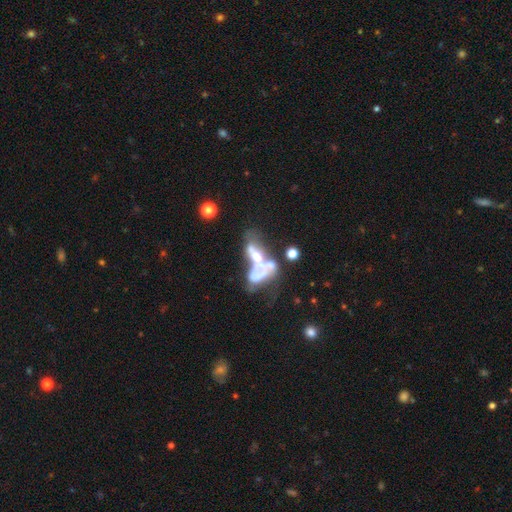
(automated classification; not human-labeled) Smooth or featured?
  - featured or disk: 60% *
  - smooth: 23%
  - star or artifact: 17%
Edge-on disk?
  - no: 91% *
  - yes: 9%
Bar?
  - no: 84% *
  - weak: 9%
  - strong: 6%
Spiral arms?
  - no: 87% *
  - yes: 13%
Bulge size?
  - none: 36% *
  - moderate: 33%
  - small: 19%
  - large: 9%
  - dominant: 3%
Merging?
  - merger: 58% *
  - major disturbance: 24%
  - none: 11%
  - minor disturbance: 7%